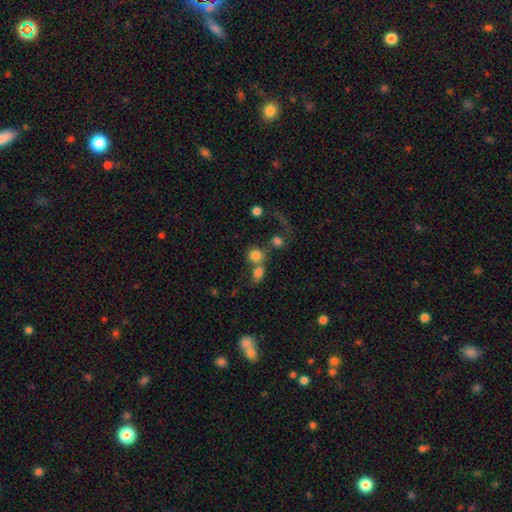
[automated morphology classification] This is likely a smooth galaxy (78%). How rounded: clearly round (81%). Merging: marginally merger (44%).